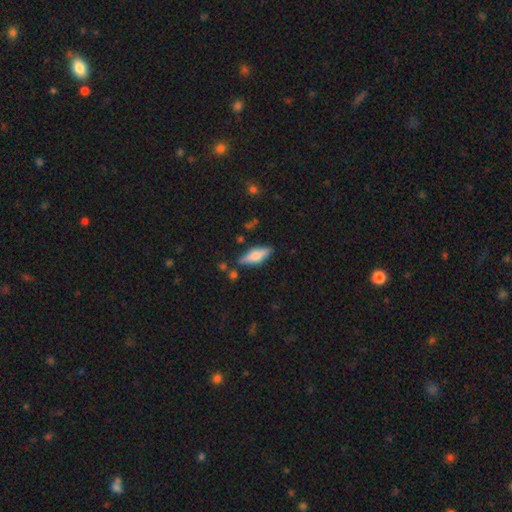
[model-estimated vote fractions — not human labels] smooth_or_featured: smooth (p=0.57) [alt: featured or disk p=0.37]
how_rounded: in between (p=0.52) [alt: cigar-shaped p=0.45]
merging: none (p=0.81) [alt: minor disturbance p=0.13]